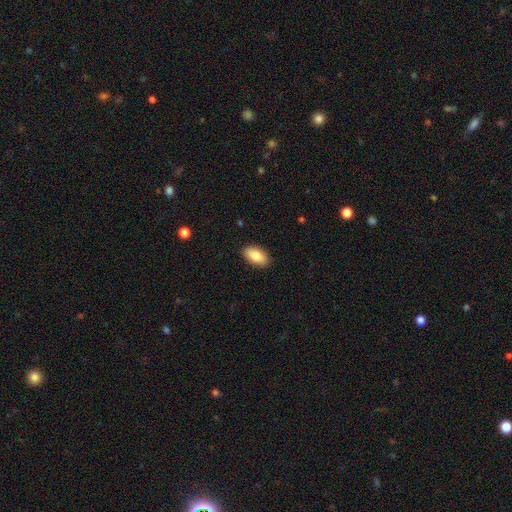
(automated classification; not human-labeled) This is clearly a smooth galaxy (83%). How rounded: clearly in between (93%). Merging: clearly none (89%).